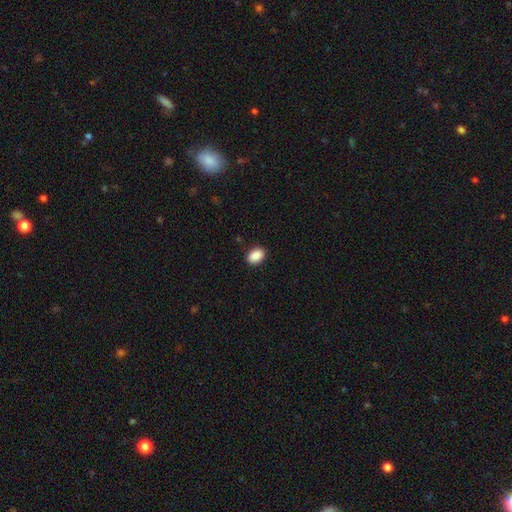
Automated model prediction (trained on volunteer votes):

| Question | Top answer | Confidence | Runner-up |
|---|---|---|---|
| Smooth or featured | smooth | 90% | star or artifact (7%) |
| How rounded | in between | 85% | round (14%) |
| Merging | none | 90% | minor disturbance (8%) |